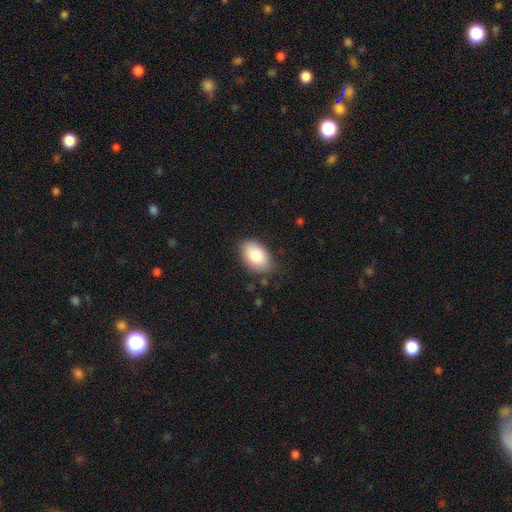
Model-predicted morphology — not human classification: Smooth or featured? smooth (87%)
How rounded? in between (92%)
Merging? none (80%)